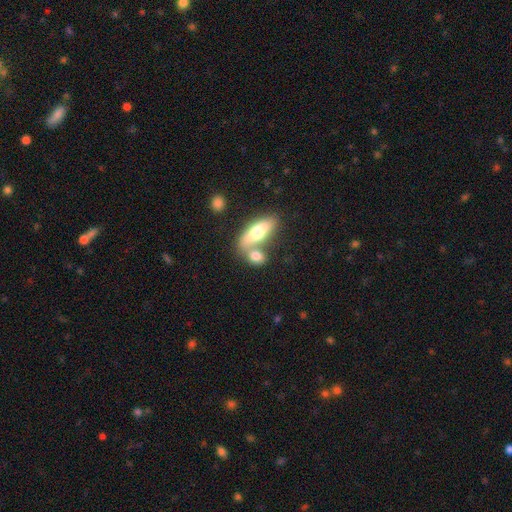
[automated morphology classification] Smooth or featured: smooth — 74% (featured or disk — 19%)
How rounded: in between — 71% (round — 16%)
Merging: merger — 50% (none — 35%)